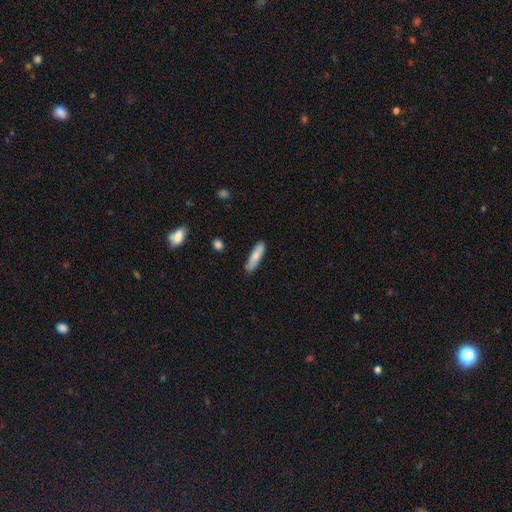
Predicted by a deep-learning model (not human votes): Smooth or featured? Predicted: smooth (p=0.76). How rounded? Predicted: cigar-shaped (p=0.70). Merging? Predicted: none (p=0.83).